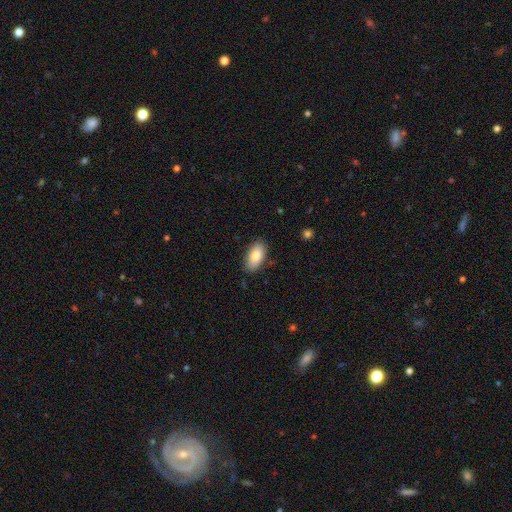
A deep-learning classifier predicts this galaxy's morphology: Smooth or featured? Predicted: smooth (p=0.82). How rounded? Predicted: in between (p=0.92). Merging? Predicted: none (p=0.86).